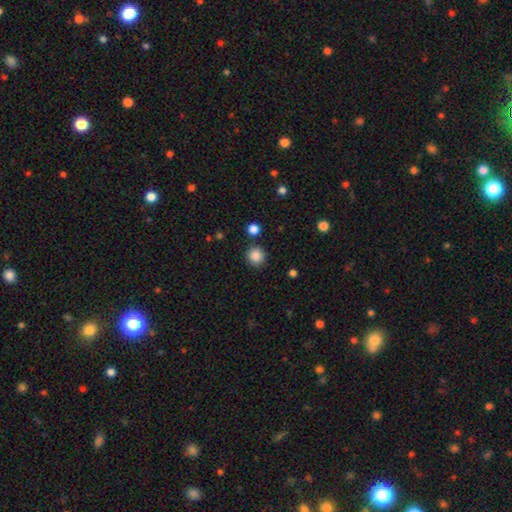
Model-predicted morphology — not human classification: smooth 87%, star or artifact 10%, featured or disk 4%. Down the decision tree: how rounded — round (92%); merging — none (87%).